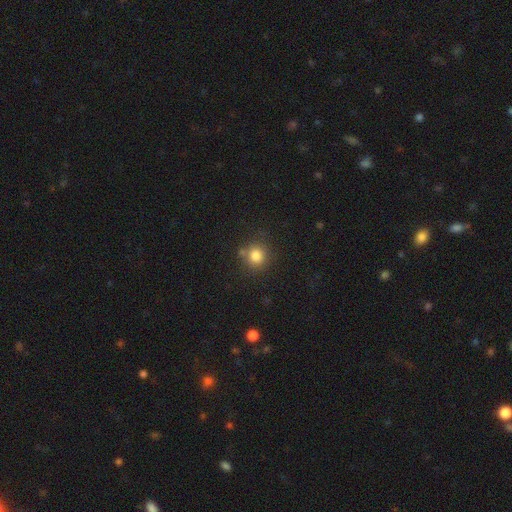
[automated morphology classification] Smooth or featured? smooth (82%)
How rounded? round (89%)
Merging? none (77%)